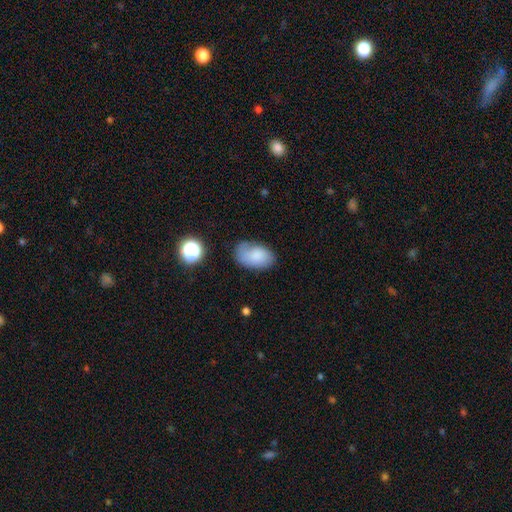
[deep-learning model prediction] smooth-or-featured: smooth: 77% | featured or disk: 14% | star or artifact: 9%
  how-rounded: in between: 90% | round: 8% | cigar-shaped: 1%
  merging: none: 59% | minor disturbance: 27% | major disturbance: 10% | merger: 4%